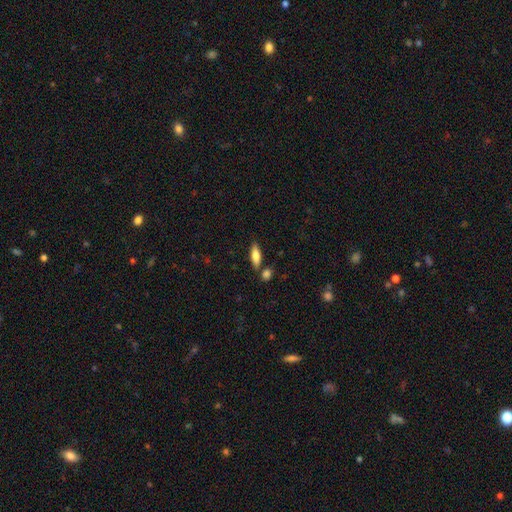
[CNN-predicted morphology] type=smooth (77%); roundness=in between (57%); merging=none (77%).